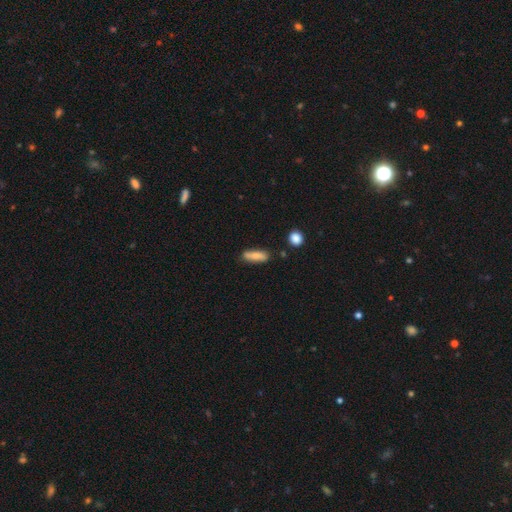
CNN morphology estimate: This appears to be a smooth galaxy with no disk features (77%) that is cigar-shaped (50%). Merging: none (77%).